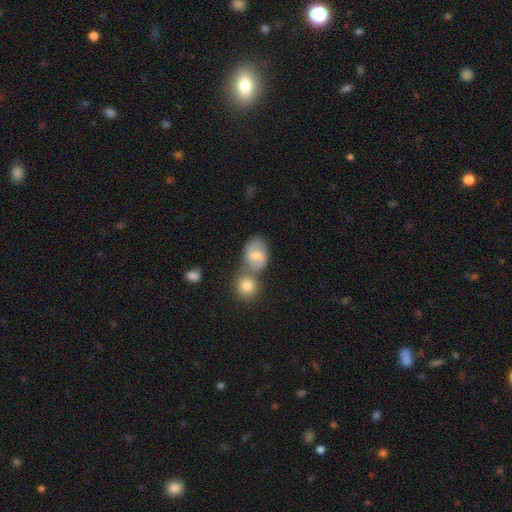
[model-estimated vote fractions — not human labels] A smooth galaxy with no disk features (59%) that is in between round and cigar-shaped (67%).

Vote fractions:
- Smooth or featured? smooth: 59% / featured or disk: 32% / star or artifact: 9%
- How rounded? in between: 67% / round: 31% / cigar-shaped: 2%
- Merging? merger: 43% / none: 41% / minor disturbance: 12% / major disturbance: 4%